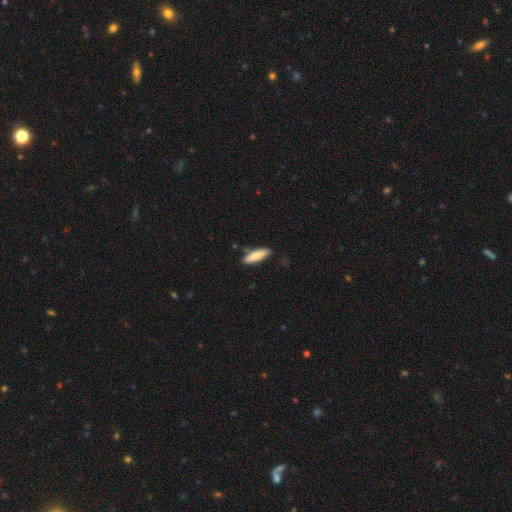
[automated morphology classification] This is clearly a smooth galaxy (82%). How rounded: likely cigar-shaped (61%). Merging: likely none (80%).